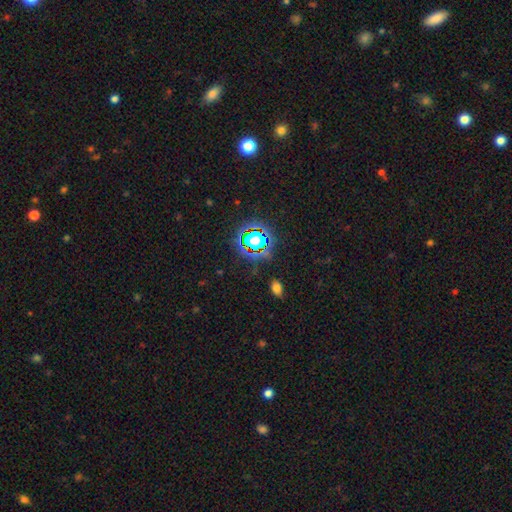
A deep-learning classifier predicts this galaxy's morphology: A star or artifact, not a galaxy (77%).

Vote fractions:
- Smooth or featured? star or artifact: 77% / smooth: 15% / featured or disk: 8%